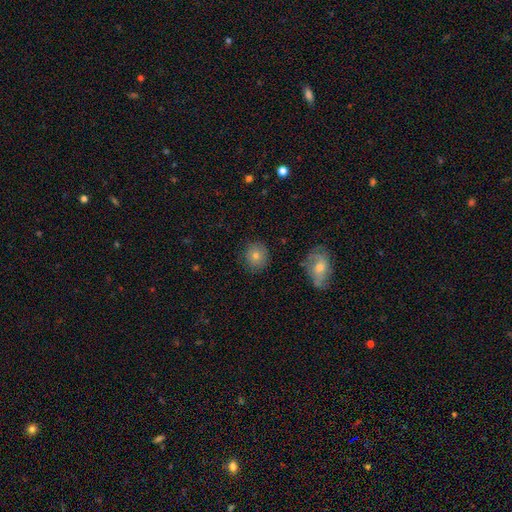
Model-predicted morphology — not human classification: type=smooth (72%); roundness=round (86%); merging=none (87%).